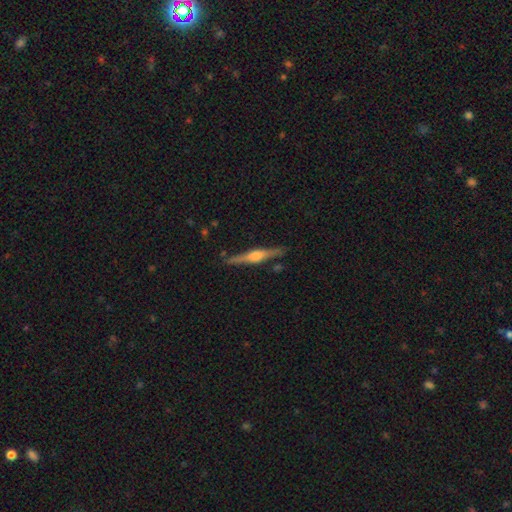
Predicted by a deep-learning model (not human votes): featured or disk 79%, smooth 16%, star or artifact 5%. Down the decision tree: edge-on disk — yes (98%); edge-on bulge — rounded (87%); merging — none (88%).